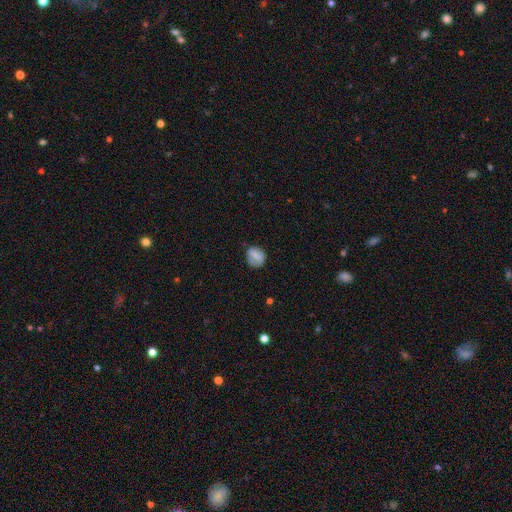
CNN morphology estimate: A smooth galaxy with no disk features (67%) that is round (71%). Merging: none (73%).